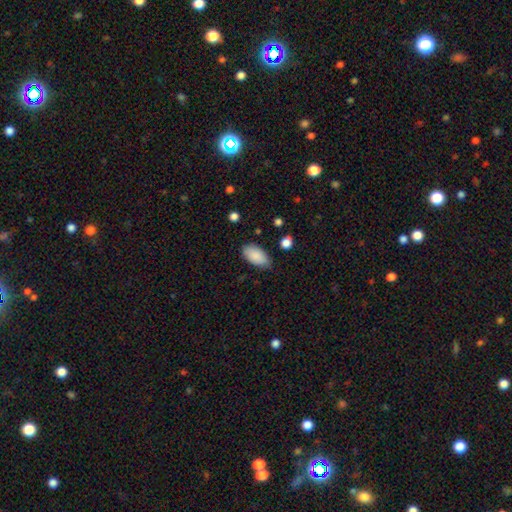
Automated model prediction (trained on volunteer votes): This is clearly a smooth galaxy (89%). How rounded: clearly in between (95%). Merging: likely none (78%).